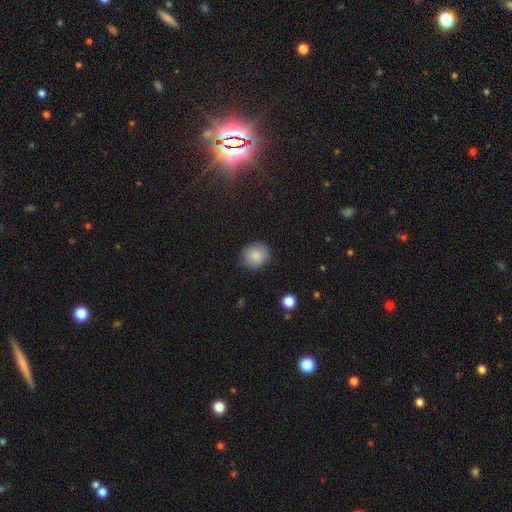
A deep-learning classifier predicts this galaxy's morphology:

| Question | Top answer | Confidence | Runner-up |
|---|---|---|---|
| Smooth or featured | smooth | 87% | star or artifact (8%) |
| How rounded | round | 87% | in between (12%) |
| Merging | none | 83% | minor disturbance (13%) |